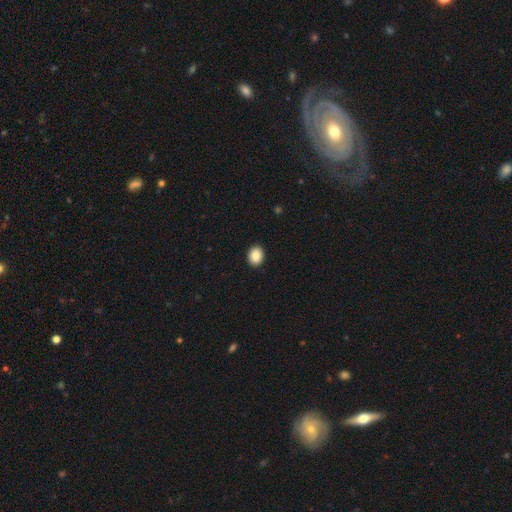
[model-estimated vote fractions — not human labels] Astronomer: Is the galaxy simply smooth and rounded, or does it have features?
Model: smooth — 88%.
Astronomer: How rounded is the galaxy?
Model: in between — 51% (runner-up: round, 49%).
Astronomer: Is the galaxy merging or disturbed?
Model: none — 92%.